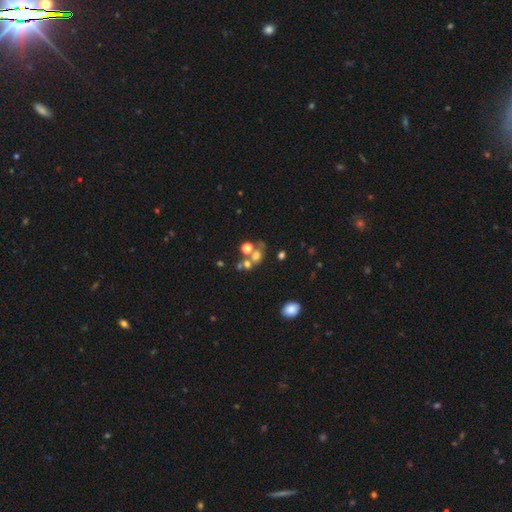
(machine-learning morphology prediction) Smooth or featured? Predicted: smooth (p=0.57). How rounded? Predicted: round (p=0.63). Merging? Predicted: merger (p=0.44).